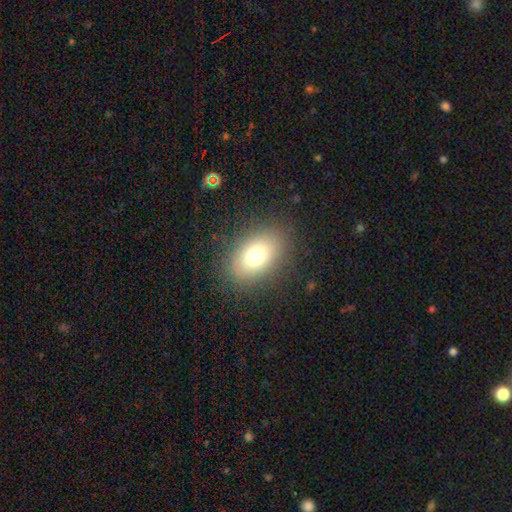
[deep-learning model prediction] Q: Smooth or featured?
A: smooth (73%); runner-up: featured or disk (15%)
Q: How rounded?
A: in between (82%); runner-up: round (16%)
Q: Merging?
A: none (85%); runner-up: minor disturbance (10%)